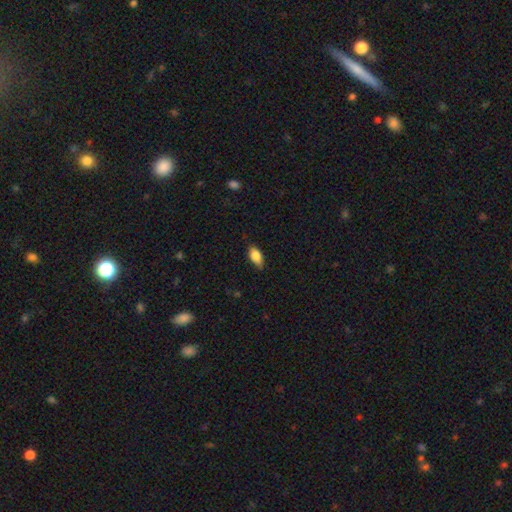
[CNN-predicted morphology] A smooth galaxy with no disk features (81%) that is in between round and cigar-shaped (87%). Merging: none (75%).